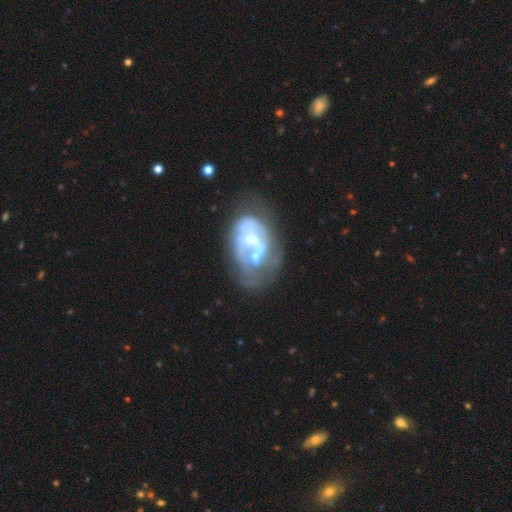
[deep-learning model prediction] This appears to be a featured or disk galaxy (71%) with no bar (58%), no spiral arms (51%) and a moderate central bulge (43%). Merging: major disturbance (31%).